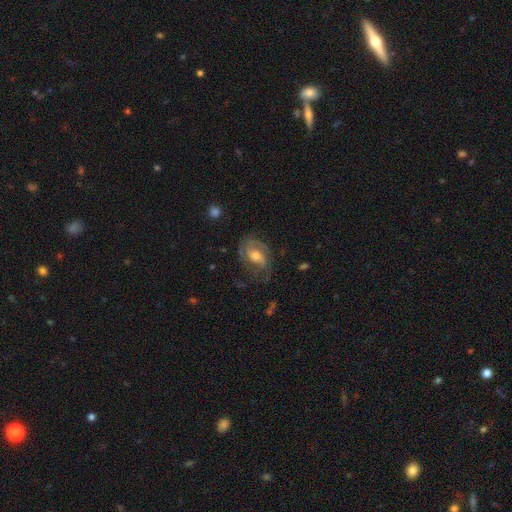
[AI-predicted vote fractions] Smooth or featured: featured or disk — 75% (smooth — 18%)
Edge-on disk: no — 96% (yes — 4%)
Bar: no — 46% (weak — 41%)
Spiral arms: yes — 90% (no — 10%)
Spiral winding: medium — 44% (tight — 38%)
Spiral arm count: 2 — 54% (can't tell — 20%)
Bulge size: moderate — 64% (small — 25%)
Merging: none — 61% (minor disturbance — 21%)